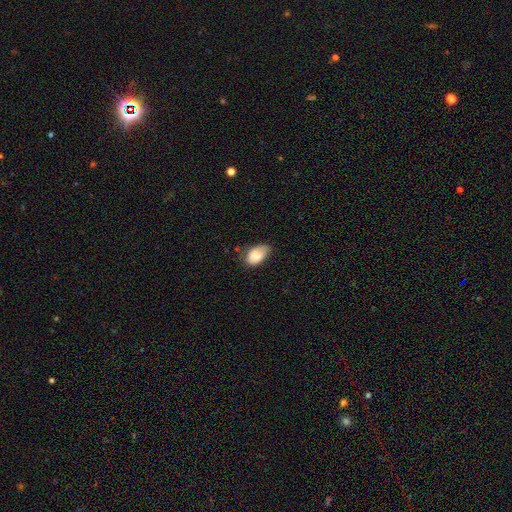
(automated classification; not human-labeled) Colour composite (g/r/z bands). It shows a smooth galaxy with no disk features (80%) that is in between round and cigar-shaped (91%). Merging: none (44%).